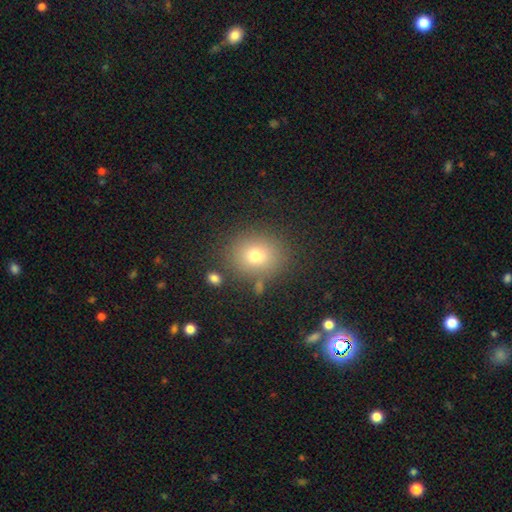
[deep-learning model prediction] Smooth or featured? smooth (74%)
How rounded? round (71%)
Merging? none (83%)